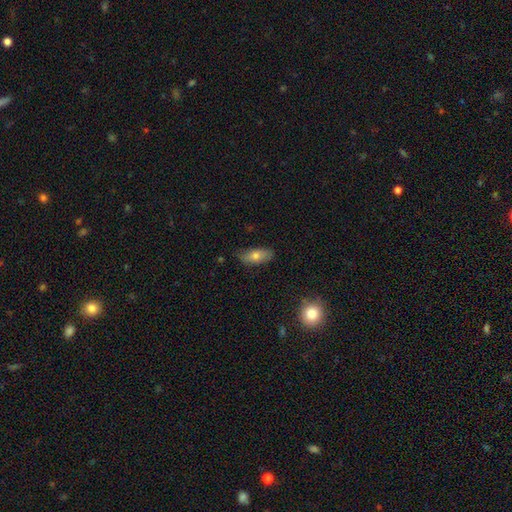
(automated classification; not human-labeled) Smooth or featured? Predicted: smooth (p=0.74). How rounded? Predicted: in between (p=0.83). Merging? Predicted: none (p=0.76).